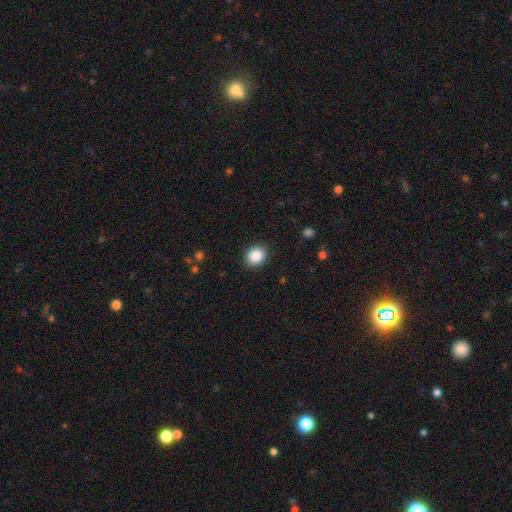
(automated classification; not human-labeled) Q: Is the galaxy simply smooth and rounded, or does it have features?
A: smooth — 88%.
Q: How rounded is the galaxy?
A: round — 59%.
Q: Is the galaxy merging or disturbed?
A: none — 89%.